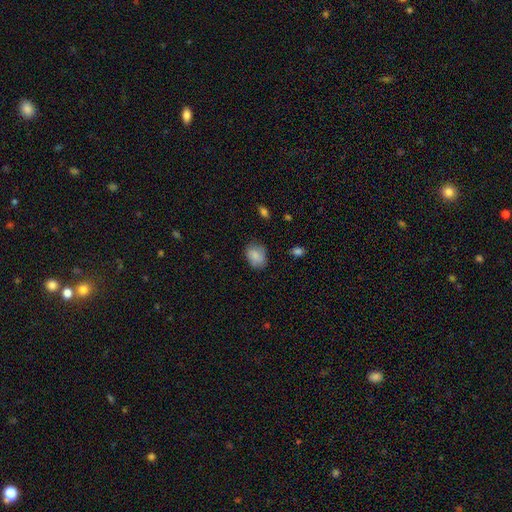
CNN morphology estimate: smooth-or-featured: smooth: 83% | featured or disk: 9% | star or artifact: 7%
  how-rounded: in between: 66% | round: 33% | cigar-shaped: 1%
  merging: none: 77% | minor disturbance: 18% | major disturbance: 4% | merger: 1%